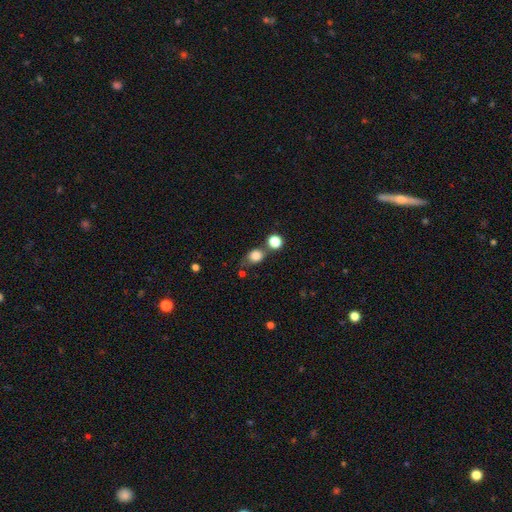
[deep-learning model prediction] Smooth or featured? smooth (82%)
How rounded? round (55%)
Merging? none (56%)